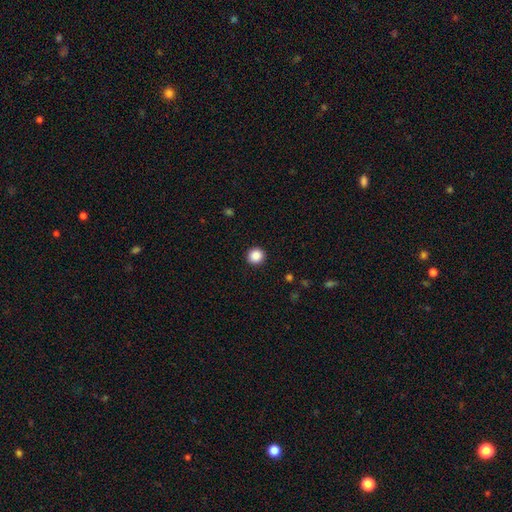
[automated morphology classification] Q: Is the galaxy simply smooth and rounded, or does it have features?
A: smooth — 88%.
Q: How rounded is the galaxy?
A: round — 94%.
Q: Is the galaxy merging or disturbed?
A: none — 93%.